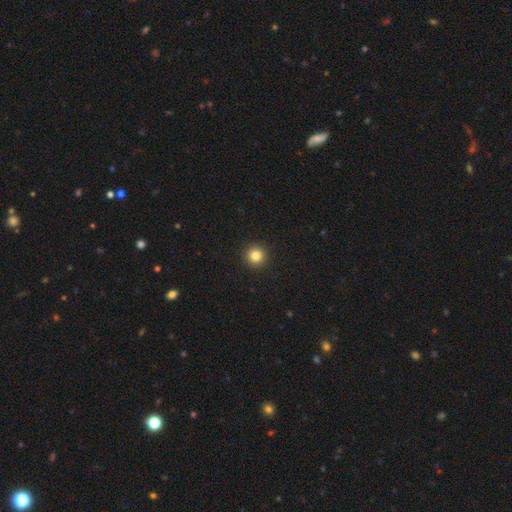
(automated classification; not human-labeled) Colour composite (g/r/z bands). It shows a smooth galaxy with no disk features (83%) that is round (96%). Merging: none (94%).